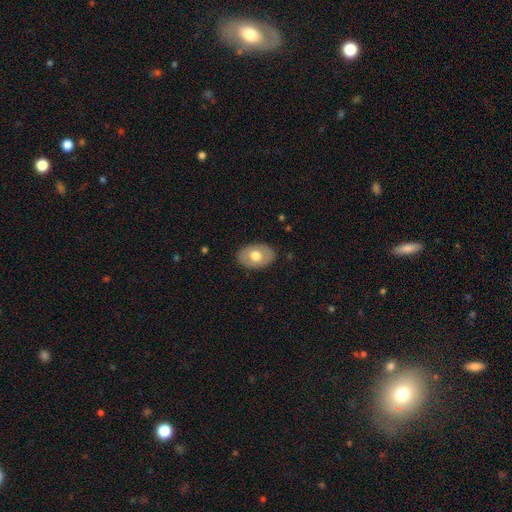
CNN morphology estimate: This appears to be a smooth galaxy with no disk features (59%) that is in between round and cigar-shaped (81%). Merging: none (85%).